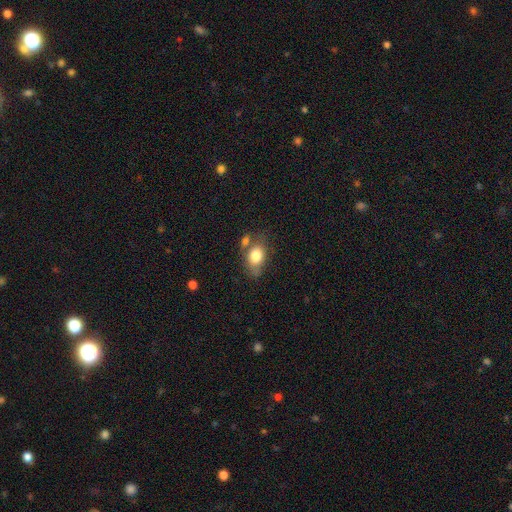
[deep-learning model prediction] smooth 78%, featured or disk 14%, star or artifact 8%. Down the decision tree: how rounded — in between (81%); merging — none (48%).